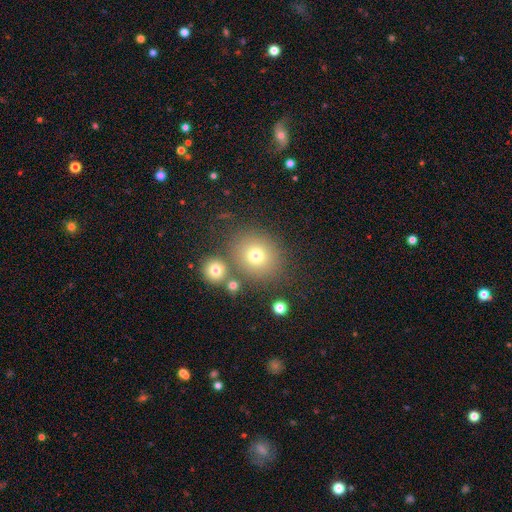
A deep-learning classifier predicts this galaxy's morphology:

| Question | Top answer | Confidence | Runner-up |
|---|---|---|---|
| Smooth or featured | smooth | 74% | star or artifact (15%) |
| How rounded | round | 77% | in between (22%) |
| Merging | none | 73% | merger (11%) |